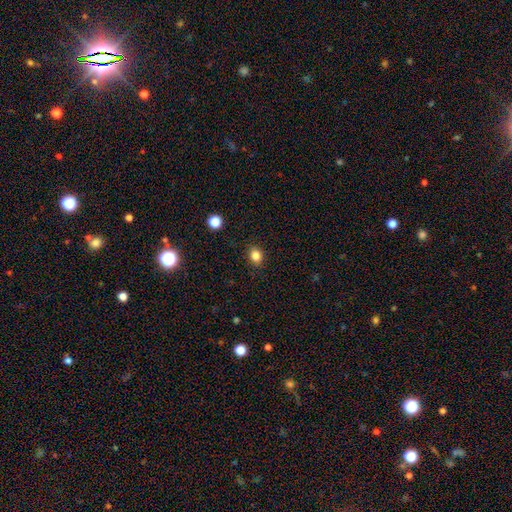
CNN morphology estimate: smooth 83%, star or artifact 12%, featured or disk 5%. Down the decision tree: how rounded — round (56%); merging — none (88%).